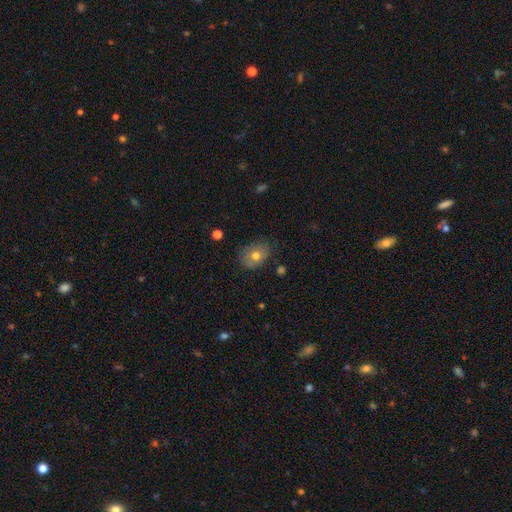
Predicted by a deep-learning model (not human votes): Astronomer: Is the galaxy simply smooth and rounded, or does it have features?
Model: smooth — 73%.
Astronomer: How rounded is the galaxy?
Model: in between — 60% (runner-up: round, 39%).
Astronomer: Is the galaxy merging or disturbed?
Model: none — 72%.